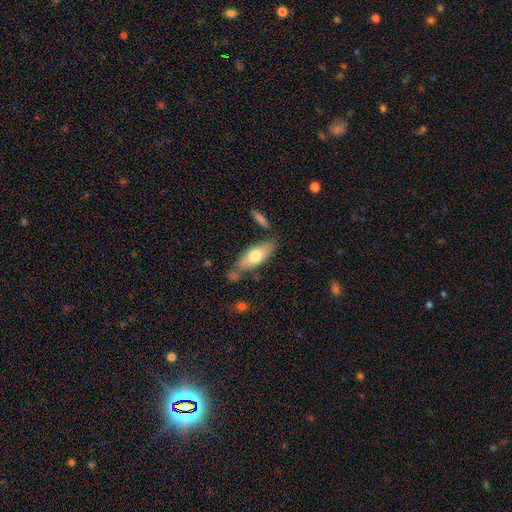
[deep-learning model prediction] Q: Smooth or featured?
A: smooth (68%); runner-up: featured or disk (26%)
Q: How rounded?
A: in between (70%); runner-up: cigar-shaped (27%)
Q: Merging?
A: none (67%); runner-up: minor disturbance (19%)